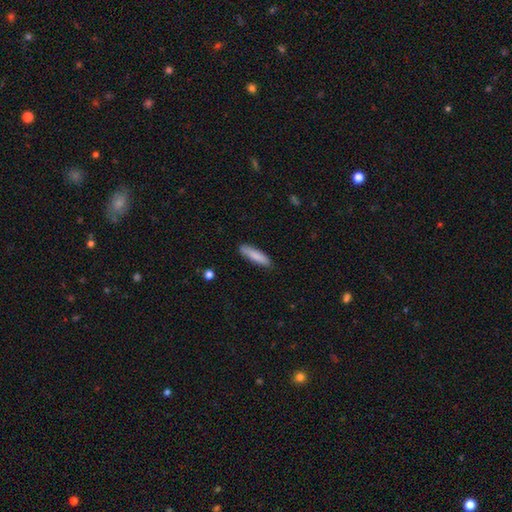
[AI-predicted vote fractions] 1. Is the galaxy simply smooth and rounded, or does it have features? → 84% smooth, 10% featured or disk, 6% star or artifact.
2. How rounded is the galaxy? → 76% cigar-shaped, 23% in between, 1% round.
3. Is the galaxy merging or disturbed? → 83% none, 13% minor disturbance, 2% major disturbance, 2% merger.